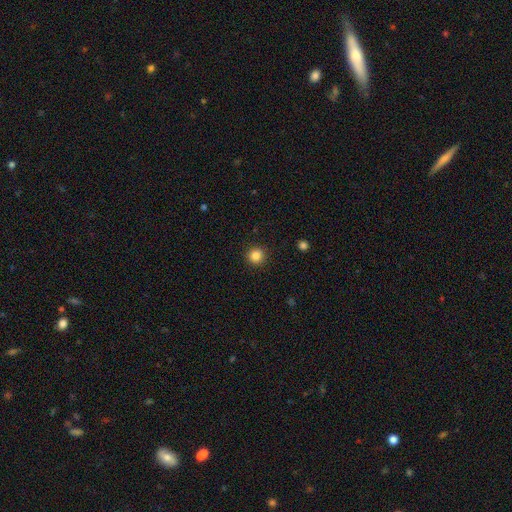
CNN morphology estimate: A smooth galaxy with no disk features (85%) that is round (94%).

Vote fractions:
- Smooth or featured? smooth: 85% / star or artifact: 11% / featured or disk: 4%
- How rounded? round: 94% / in between: 5% / cigar-shaped: 1%
- Merging? none: 91% / minor disturbance: 6% / major disturbance: 2% / merger: 1%